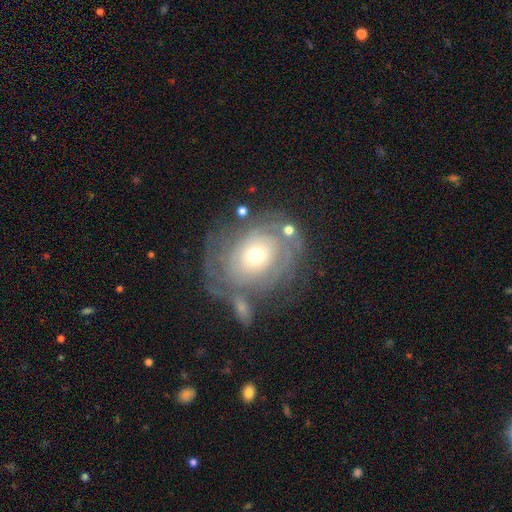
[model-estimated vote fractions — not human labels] smooth_or_featured: featured or disk (p=0.76) [alt: smooth p=0.17]
disk_edge_on: no (p=0.96) [alt: yes p=0.04]
bar: no (p=0.81) [alt: weak p=0.14]
has_spiral_arms: yes (p=0.84) [alt: no p=0.16]
spiral_winding: tight (p=0.77) [alt: medium p=0.17]
spiral_arm_count: can't tell (p=0.49) [alt: 2 p=0.17]
bulge_size: moderate (p=0.59) [alt: small p=0.32]
merging: none (p=0.62) [alt: minor disturbance p=0.17]